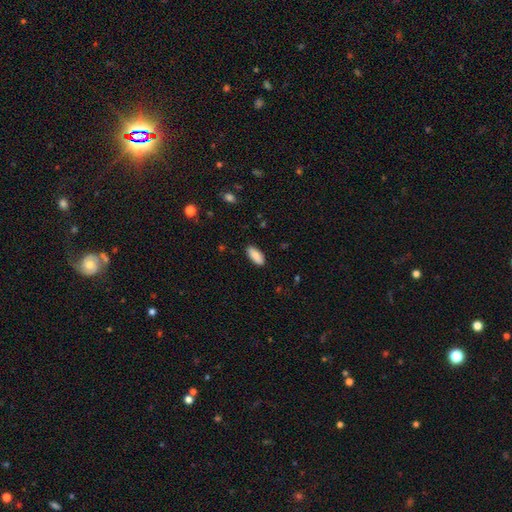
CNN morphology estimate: A smooth galaxy with no disk features (87%) that is in between round and cigar-shaped (86%). Merging: none (88%).